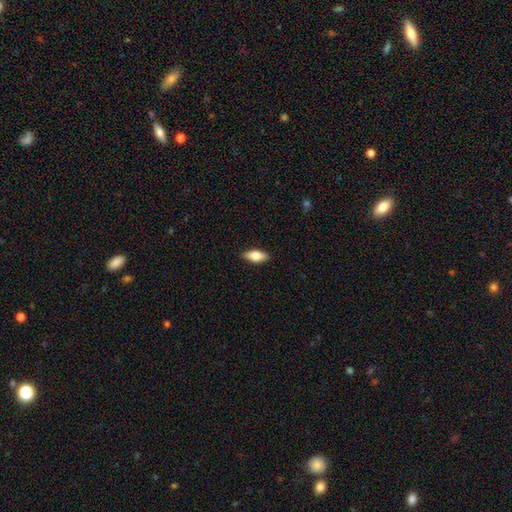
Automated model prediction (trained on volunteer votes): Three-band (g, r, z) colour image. It shows a smooth galaxy with no disk features (67%) that is in between round and cigar-shaped (78%). Merging: none (89%).